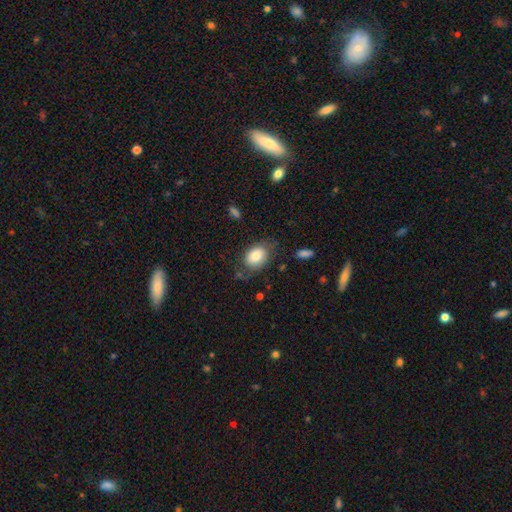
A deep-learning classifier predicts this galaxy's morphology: Smooth or featured? smooth (80%)
How rounded? in between (81%)
Merging? none (62%)